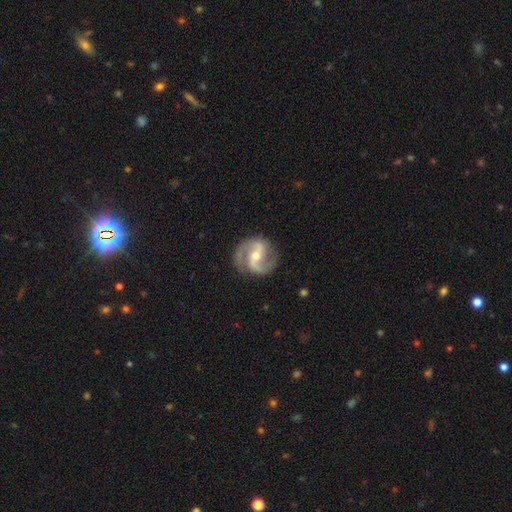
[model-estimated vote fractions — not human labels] This is clearly a featured or disk galaxy (90%). It is clearly not viewed edge-on (98%). Bar: marginally weak (43%). Spiral arm pattern: clearly yes (97%). Spiral arm count: clearly 2 (92%). Spiral winding: possibly medium (60%). Central bulge: possibly moderate (60%). Merging: clearly none (84%).